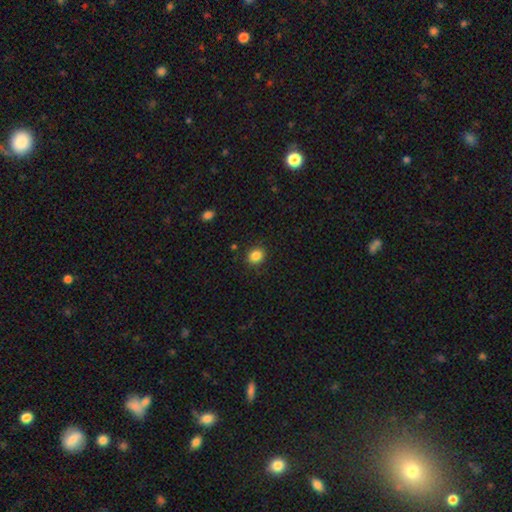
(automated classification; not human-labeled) Q: Smooth or featured?
A: smooth (86%); runner-up: star or artifact (10%)
Q: How rounded?
A: round (70%); runner-up: in between (29%)
Q: Merging?
A: none (88%); runner-up: minor disturbance (8%)